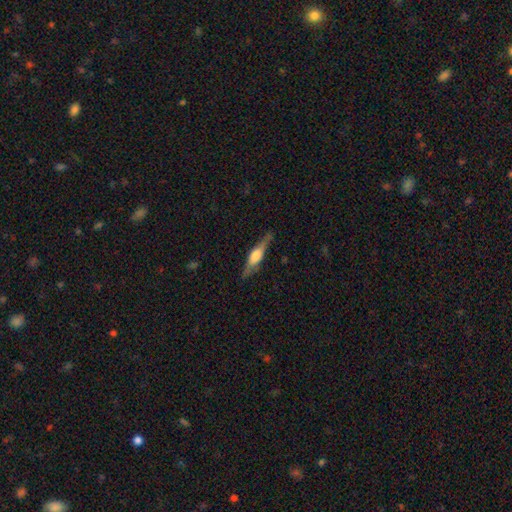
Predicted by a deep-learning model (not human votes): A featured or disk galaxy (60%) viewed edge-on (93%) with a rounded central bulge (73%).

Vote fractions:
- Smooth or featured? featured or disk: 60% / smooth: 34% / star or artifact: 6%
- Edge-on disk? yes: 93% / no: 7%
- Edge-on bulge? rounded: 73% / boxy: 22% / none: 5%
- Merging? none: 81% / minor disturbance: 14% / major disturbance: 3% / merger: 1%